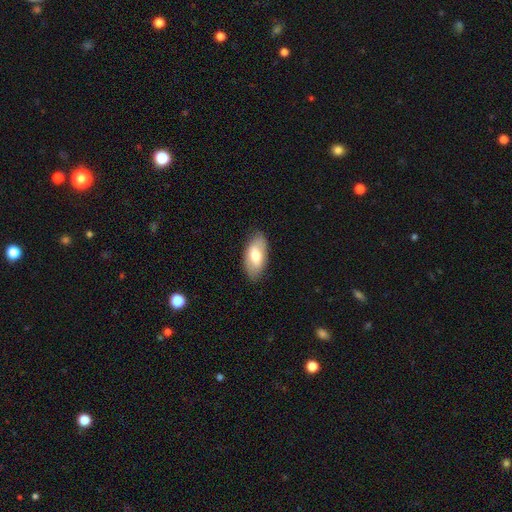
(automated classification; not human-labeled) The model was most divided on "smooth or featured": smooth: 65%, featured or disk: 29%, star or artifact: 6%. More confident: how rounded — in between (92%); merging — none (83%).